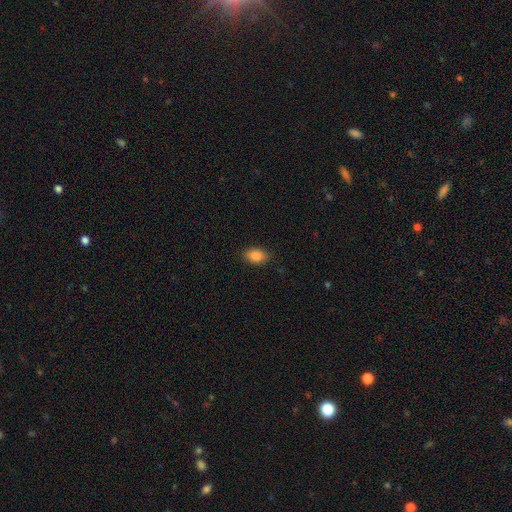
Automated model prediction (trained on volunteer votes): Morphology: type=smooth (87%); roundness=in between (86%); merging=none (85%).